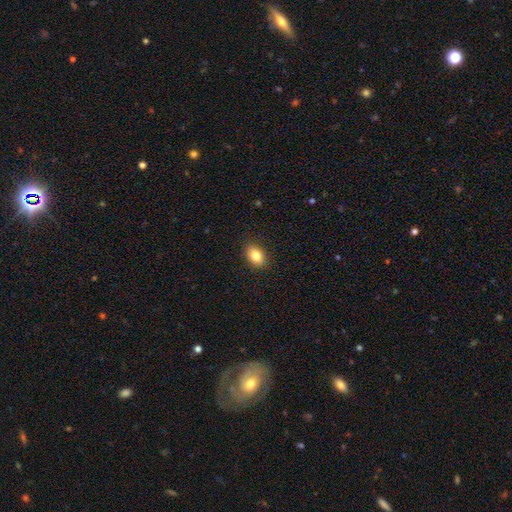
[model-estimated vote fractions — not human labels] A smooth galaxy with no disk features (83%) that is in between round and cigar-shaped (82%).

Vote fractions:
- Smooth or featured? smooth: 83% / star or artifact: 9% / featured or disk: 9%
- How rounded? in between: 82% / round: 17% / cigar-shaped: 1%
- Merging? none: 88% / minor disturbance: 9% / major disturbance: 2% / merger: 1%